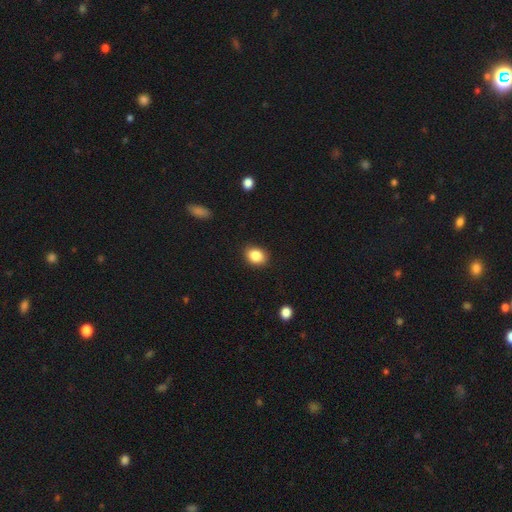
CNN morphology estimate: smooth_or_featured: smooth (p=0.86) [alt: star or artifact p=0.09]
how_rounded: in between (p=0.59) [alt: round p=0.40]
merging: none (p=0.88) [alt: minor disturbance p=0.09]